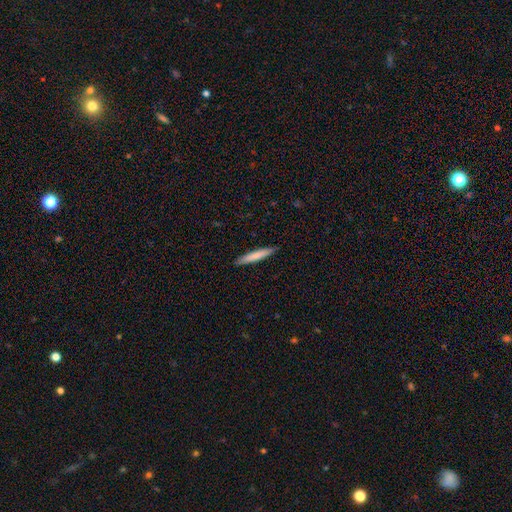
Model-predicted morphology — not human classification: type=smooth (74%); roundness=cigar-shaped (94%); merging=none (90%).